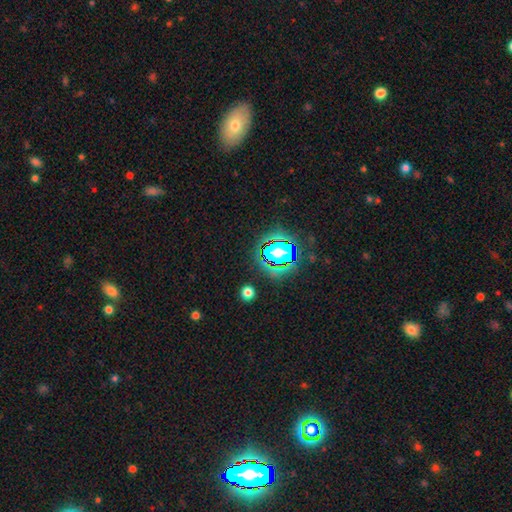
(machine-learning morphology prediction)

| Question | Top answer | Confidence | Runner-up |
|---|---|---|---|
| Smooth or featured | star or artifact | 75% | smooth (14%) |